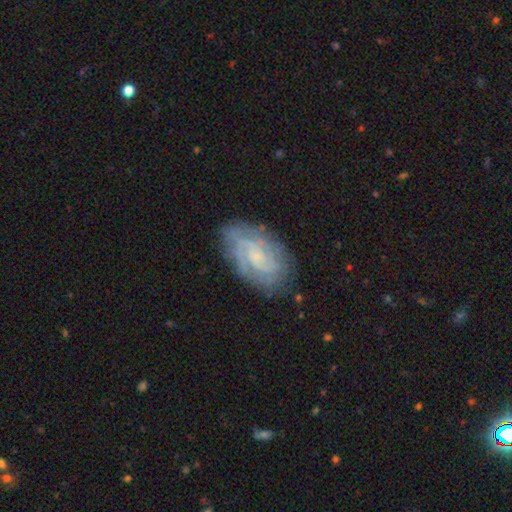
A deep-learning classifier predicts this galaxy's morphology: A featured or disk galaxy (74%) with no bar (55%), tight (59%) spiral arms (90%) and a small central bulge (56%). Merging: none (76%).